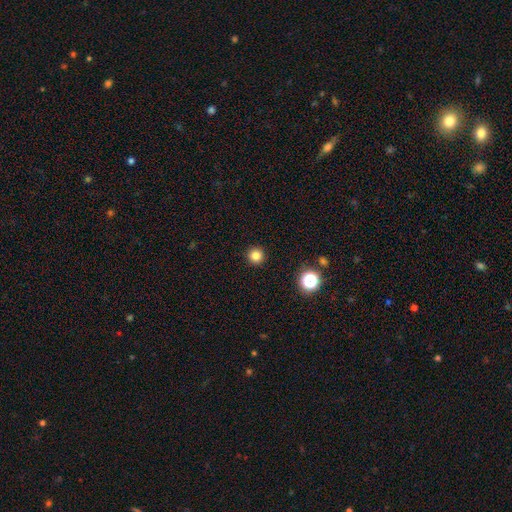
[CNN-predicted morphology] smooth-or-featured: smooth: 82% | star or artifact: 14% | featured or disk: 4%
  how-rounded: round: 96% | in between: 3% | cigar-shaped: 1%
  merging: none: 93% | minor disturbance: 4% | major disturbance: 2% | merger: 1%